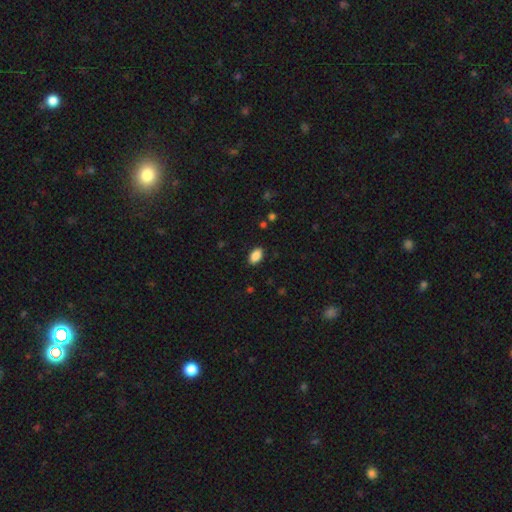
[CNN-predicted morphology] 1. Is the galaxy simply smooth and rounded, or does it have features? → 88% smooth, 8% star or artifact, 4% featured or disk.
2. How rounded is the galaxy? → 91% in between, 8% round, 1% cigar-shaped.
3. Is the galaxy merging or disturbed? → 88% none, 8% minor disturbance, 2% major disturbance, 1% merger.